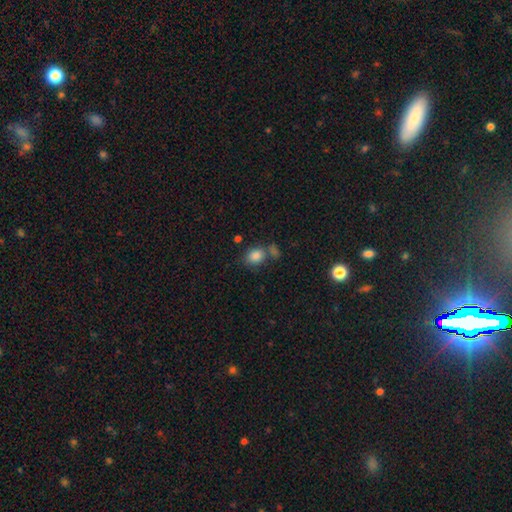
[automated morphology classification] type=smooth (84%); roundness=in between (62%); merging=none (59%).